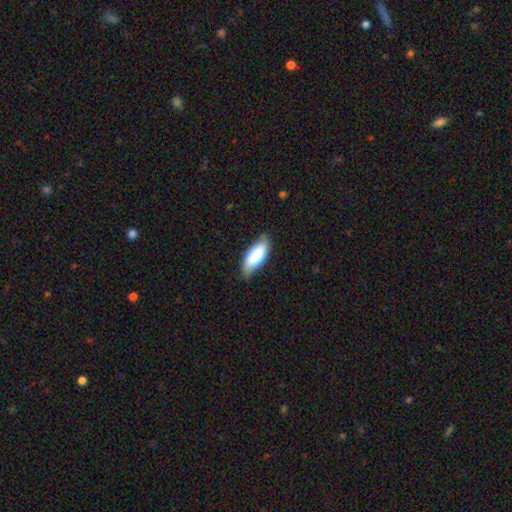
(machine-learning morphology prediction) A smooth galaxy with no disk features (83%) that is in between round and cigar-shaped (78%).

Vote fractions:
- Smooth or featured? smooth: 83% / featured or disk: 11% / star or artifact: 5%
- How rounded? in between: 78% / cigar-shaped: 20% / round: 2%
- Merging? none: 73% / minor disturbance: 22% / major disturbance: 3% / merger: 1%